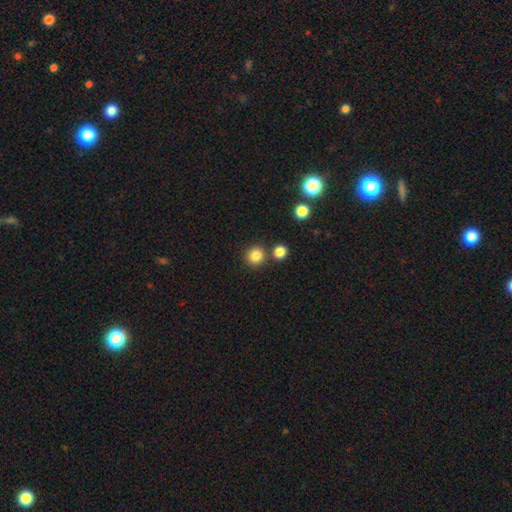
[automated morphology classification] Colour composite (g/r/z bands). It shows a smooth galaxy with no disk features (83%) that is round (92%). Merging: none (79%).